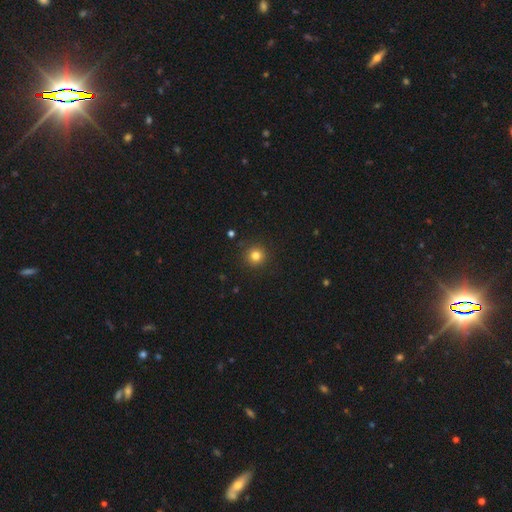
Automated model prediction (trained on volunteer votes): Smooth or featured? Predicted: smooth (p=0.81). How rounded? Predicted: round (p=0.95). Merging? Predicted: none (p=0.91).